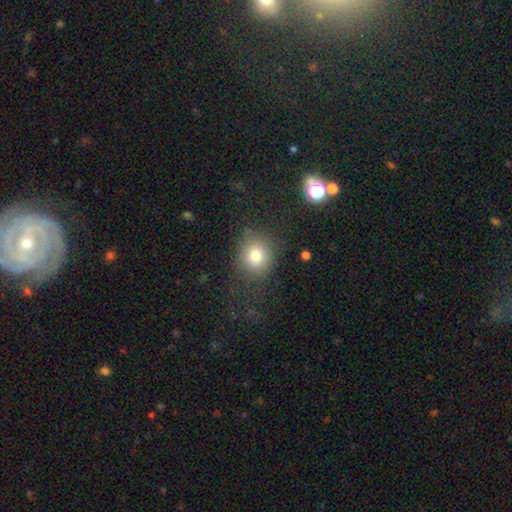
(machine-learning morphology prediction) Smooth or featured? smooth (77%)
How rounded? round (77%)
Merging? none (77%)